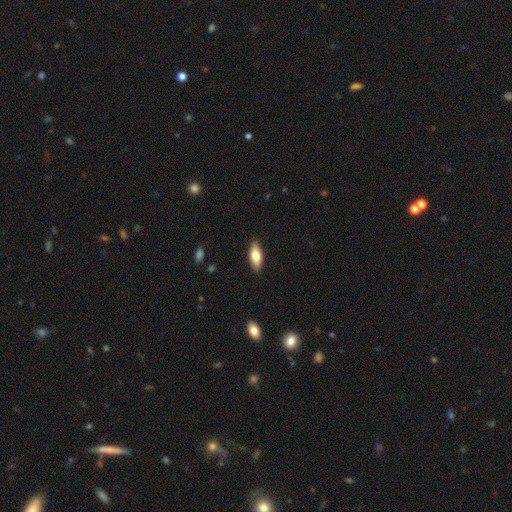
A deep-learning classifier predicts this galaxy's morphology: smooth_or_featured: smooth (p=0.71) [alt: featured or disk p=0.23]
how_rounded: in between (p=0.73) [alt: cigar-shaped p=0.25]
merging: none (p=0.88) [alt: minor disturbance p=0.09]